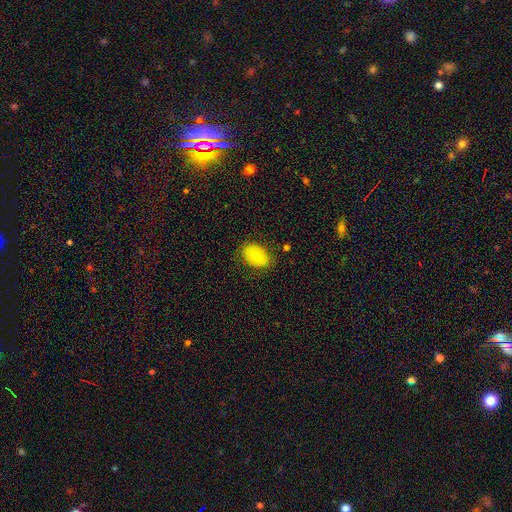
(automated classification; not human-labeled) Morphology: type=smooth (70%); roundness=in between (77%); merging=none (80%).